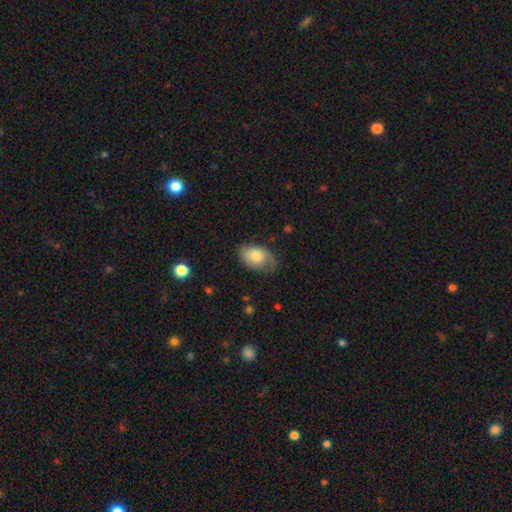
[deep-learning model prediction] smooth 73%, featured or disk 20%, star or artifact 7%. Down the decision tree: how rounded — in between (87%); merging — none (61%).